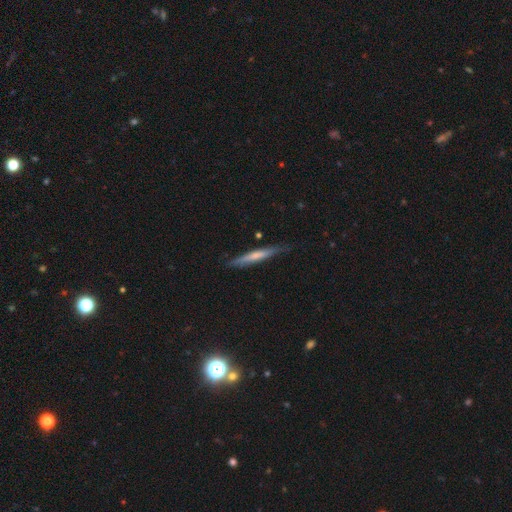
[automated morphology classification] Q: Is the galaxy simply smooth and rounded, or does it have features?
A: smooth — 55%.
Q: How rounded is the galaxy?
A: cigar-shaped — 95%.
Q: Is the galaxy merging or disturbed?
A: none — 80%.